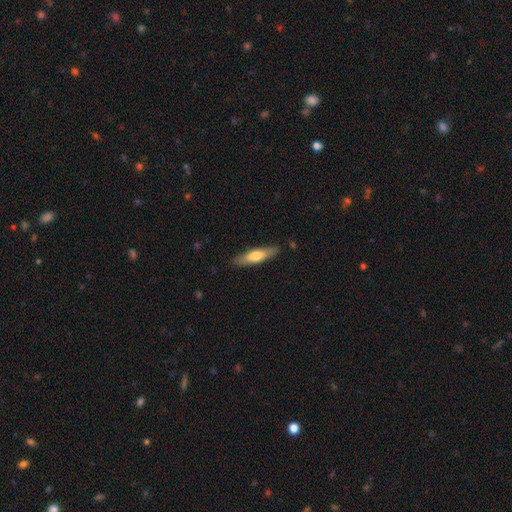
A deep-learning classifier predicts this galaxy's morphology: smooth 61%, featured or disk 33%, star or artifact 5%. Down the decision tree: how rounded — cigar-shaped (71%); merging — none (85%).